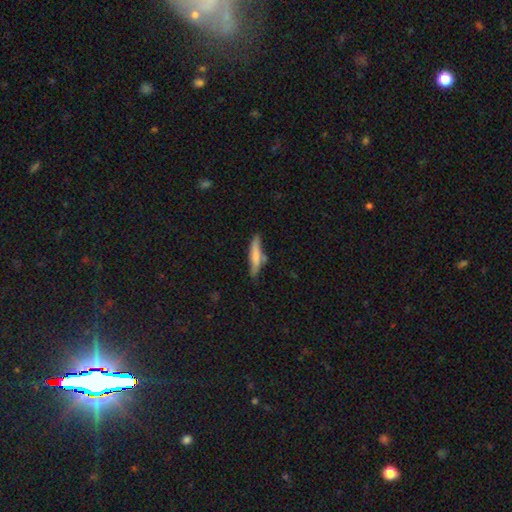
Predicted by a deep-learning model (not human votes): Smooth or featured? Predicted: smooth (p=0.70). How rounded? Predicted: cigar-shaped (p=0.85). Merging? Predicted: none (p=0.65).